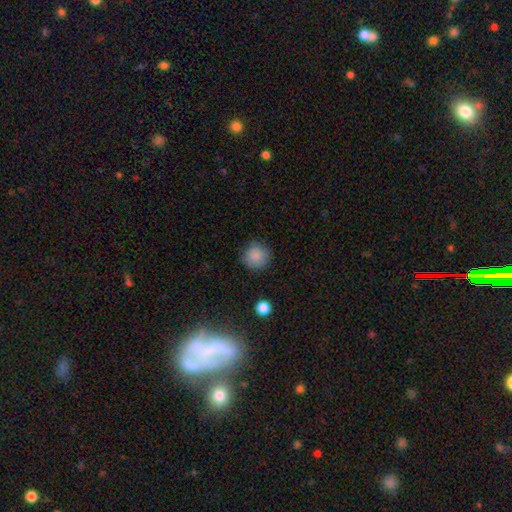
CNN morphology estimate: smooth-or-featured: smooth: 86% | star or artifact: 9% | featured or disk: 4%
  how-rounded: round: 93% | in between: 6% | cigar-shaped: 1%
  merging: none: 86% | minor disturbance: 10% | major disturbance: 3% | merger: 1%